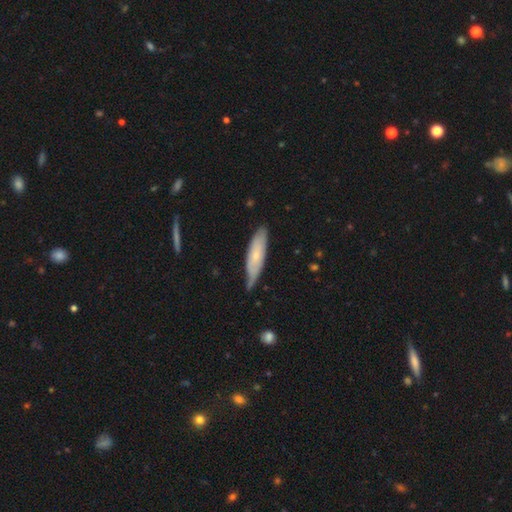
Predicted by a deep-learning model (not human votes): This appears to be a smooth galaxy with no disk features (53%) that is cigar-shaped (62%). Merging: none (67%).